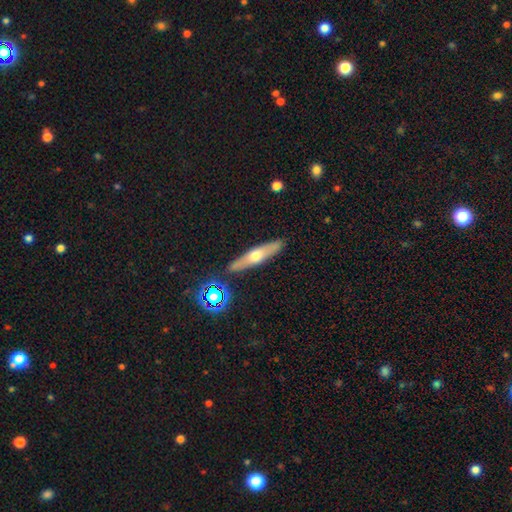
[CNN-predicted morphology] Smooth or featured?
  - featured or disk: 51% *
  - smooth: 41%
  - star or artifact: 8%
Edge-on disk?
  - yes: 86% *
  - no: 14%
Merging?
  - none: 88% *
  - minor disturbance: 8%
  - merger: 2%
  - major disturbance: 2%